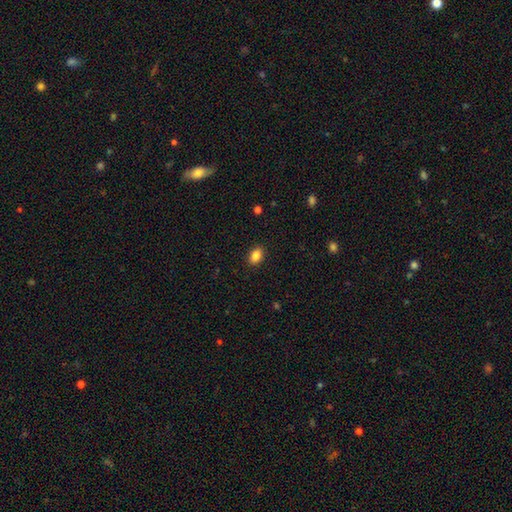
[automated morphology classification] Smooth or featured? Predicted: smooth (p=0.87). How rounded? Predicted: in between (p=0.83). Merging? Predicted: none (p=0.89).